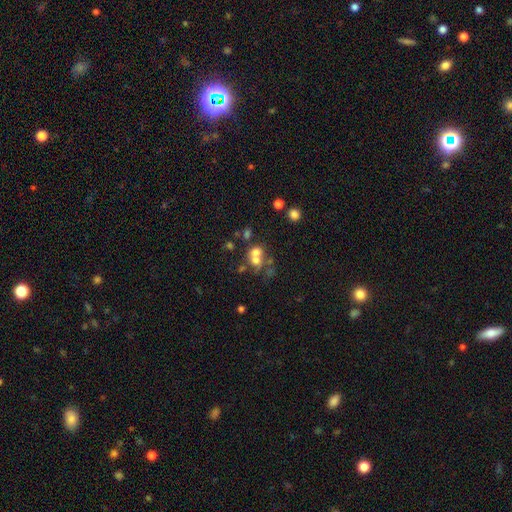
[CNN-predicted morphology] A smooth galaxy with no disk features (59%) that is round (68%). Merging: merger (57%).